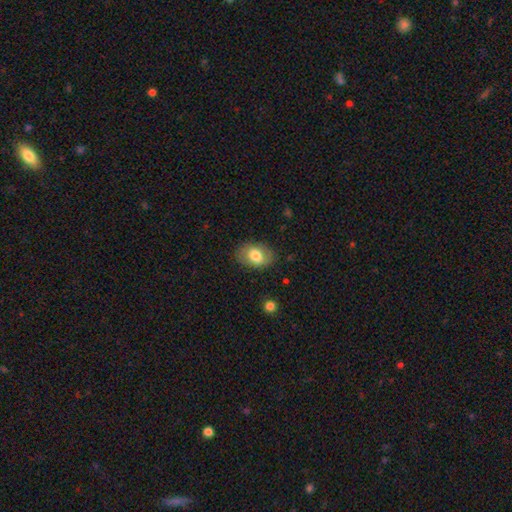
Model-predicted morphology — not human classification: smooth-or-featured: smooth: 75% | featured or disk: 18% | star or artifact: 7%
  how-rounded: in between: 82% | round: 17% | cigar-shaped: 1%
  merging: none: 80% | minor disturbance: 14% | major disturbance: 4% | merger: 1%